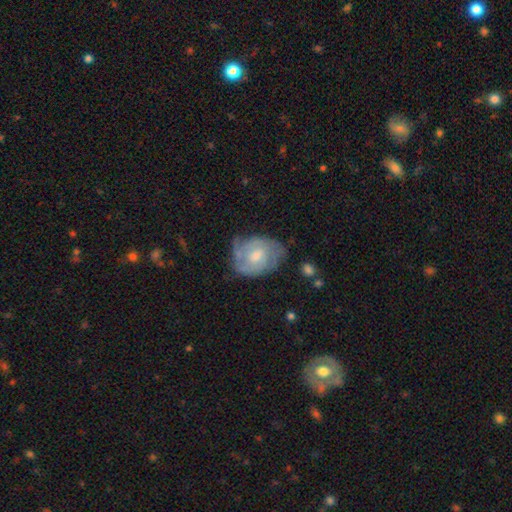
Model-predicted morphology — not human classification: This is likely a featured or disk galaxy (70%). It is clearly not viewed edge-on (97%). Bar: possibly no (58%). Spiral arm pattern: clearly yes (84%). Spiral arm count: marginally 2 (39%). Spiral winding: possibly tight (56%). Central bulge: possibly moderate (58%). Merging: possibly none (59%).